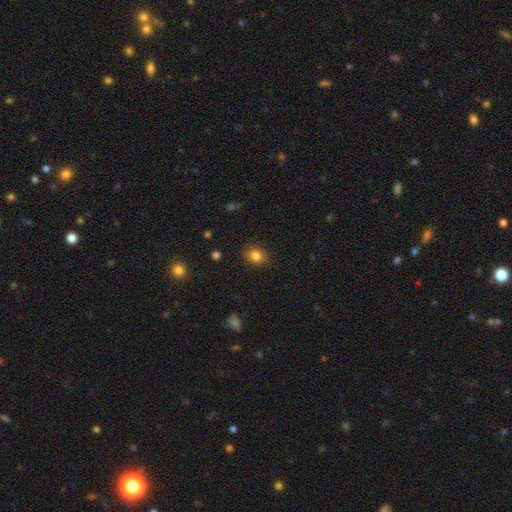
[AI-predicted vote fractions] The model was most divided on "how rounded": round: 51%, in between: 48%, cigar-shaped: 1%. More confident: merging — none (87%); smooth or featured — smooth (83%).